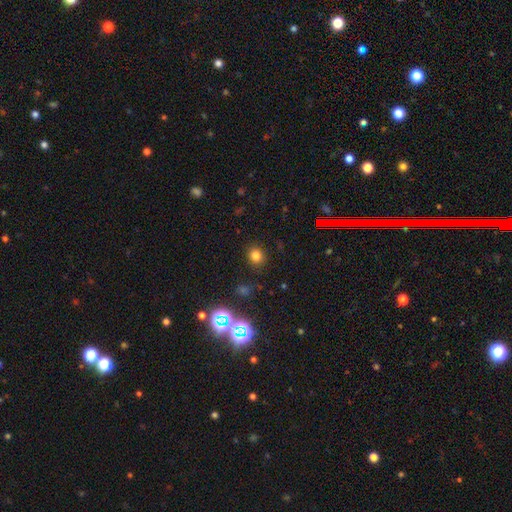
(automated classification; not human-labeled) Q: Smooth or featured?
A: smooth (76%); runner-up: star or artifact (18%)
Q: How rounded?
A: round (80%); runner-up: in between (19%)
Q: Merging?
A: none (87%); runner-up: minor disturbance (8%)